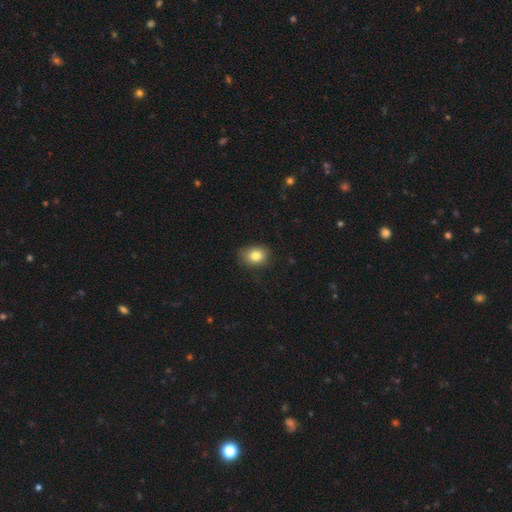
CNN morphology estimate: This appears to be a smooth galaxy with no disk features (81%) that is in between round and cigar-shaped (56%). Merging: none (77%).